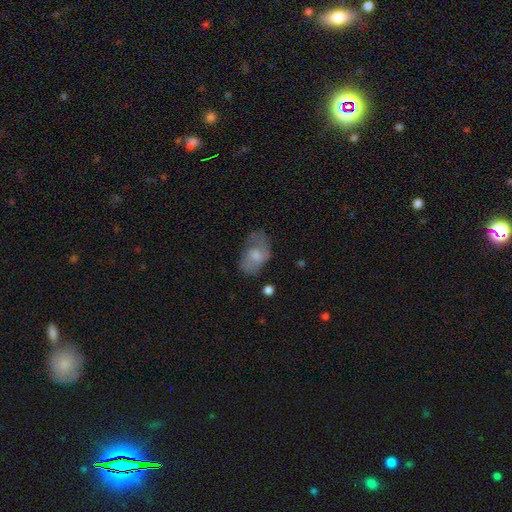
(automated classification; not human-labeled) smooth 59%, featured or disk 33%, star or artifact 7%. Down the decision tree: how rounded — in between (88%); merging — none (48%).